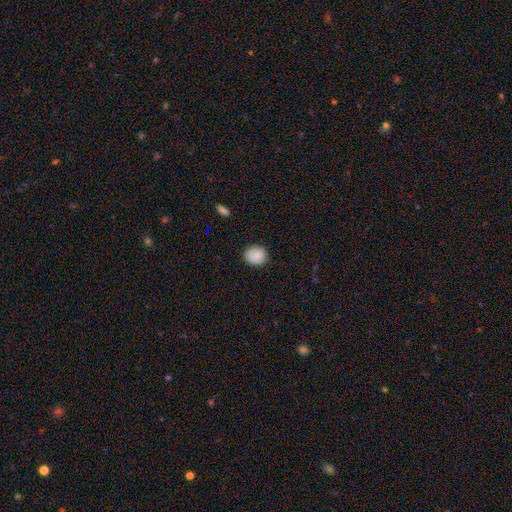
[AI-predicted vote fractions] Smooth or featured? Predicted: smooth (p=0.88). How rounded? Predicted: round (p=0.76). Merging? Predicted: none (p=0.86).